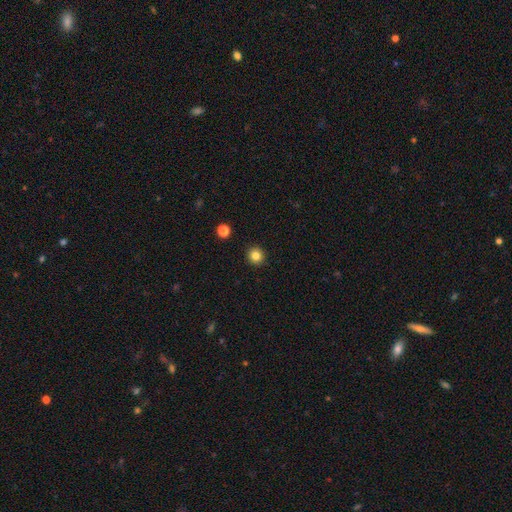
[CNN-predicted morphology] Smooth or featured: smooth — 83% (star or artifact — 12%)
How rounded: round — 93% (in between — 6%)
Merging: none — 93% (minor disturbance — 5%)